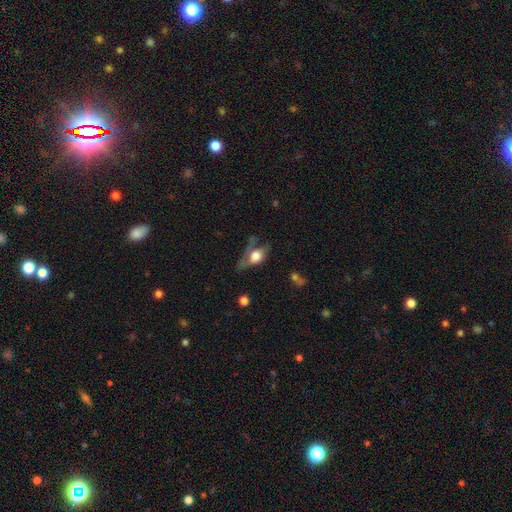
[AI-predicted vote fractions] A smooth galaxy with no disk features (55%) that is in between round and cigar-shaped (76%).

Vote fractions:
- Smooth or featured? smooth: 55% / featured or disk: 36% / star or artifact: 9%
- How rounded? in between: 76% / round: 15% / cigar-shaped: 9%
- Merging? major disturbance: 35% / none: 31% / minor disturbance: 28% / merger: 6%